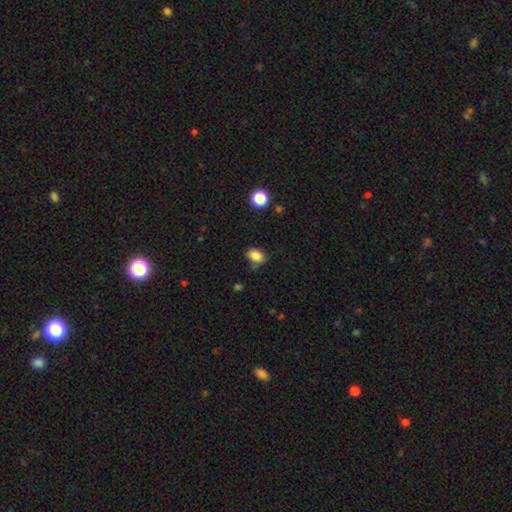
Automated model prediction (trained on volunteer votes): This is clearly a smooth galaxy (85%). How rounded: likely in between (74%). Merging: likely none (76%).